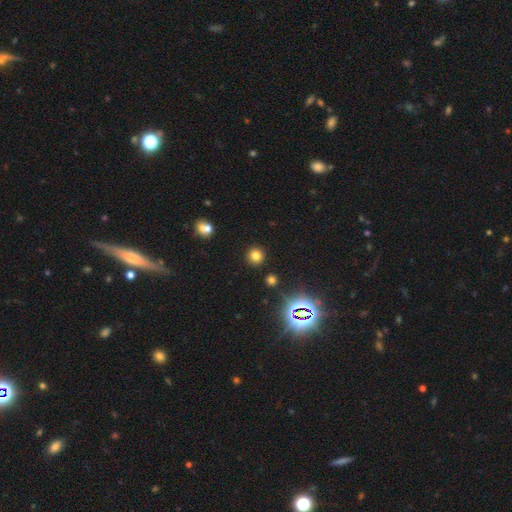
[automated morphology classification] This is likely a smooth galaxy (75%). How rounded: clearly round (92%). Merging: clearly none (89%).